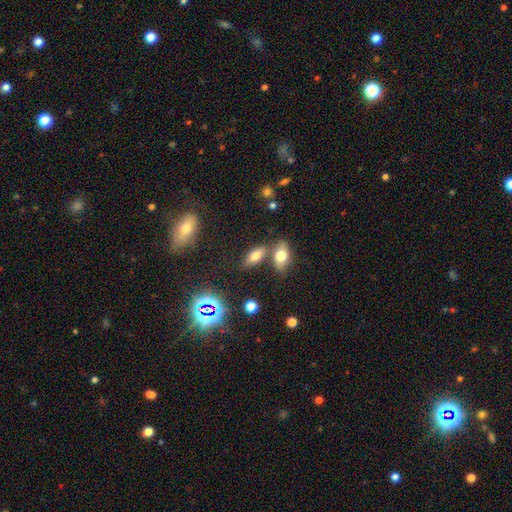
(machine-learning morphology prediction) A smooth galaxy with no disk features (72%) that is in between round and cigar-shaped (83%).

Vote fractions:
- Smooth or featured? smooth: 72% / star or artifact: 15% / featured or disk: 13%
- How rounded? in between: 83% / cigar-shaped: 12% / round: 6%
- Merging? none: 64% / merger: 20% / minor disturbance: 11% / major disturbance: 4%